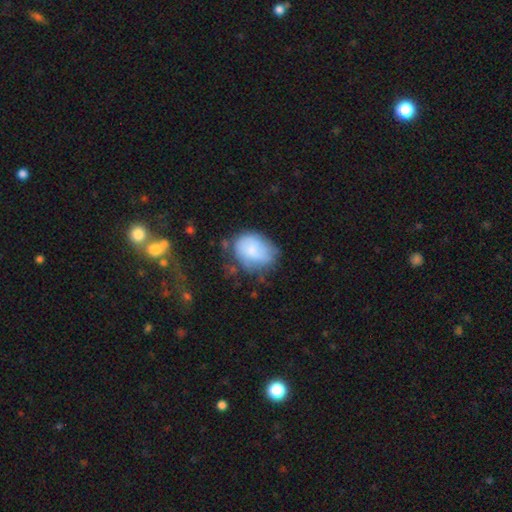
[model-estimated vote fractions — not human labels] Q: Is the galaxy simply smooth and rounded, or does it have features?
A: smooth — 67%.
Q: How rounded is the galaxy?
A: in between — 63%.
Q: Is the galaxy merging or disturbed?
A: none — 43%.